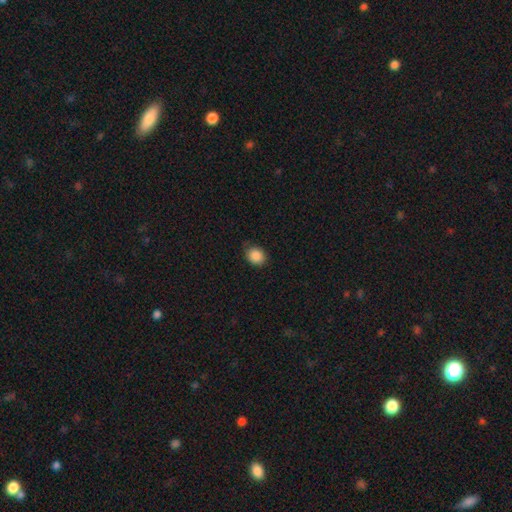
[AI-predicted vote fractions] A smooth galaxy with no disk features (87%) that is round (62%).

Vote fractions:
- Smooth or featured? smooth: 87% / star or artifact: 9% / featured or disk: 4%
- How rounded? round: 62% / in between: 37% / cigar-shaped: 1%
- Merging? none: 77% / minor disturbance: 19% / major disturbance: 3% / merger: 1%